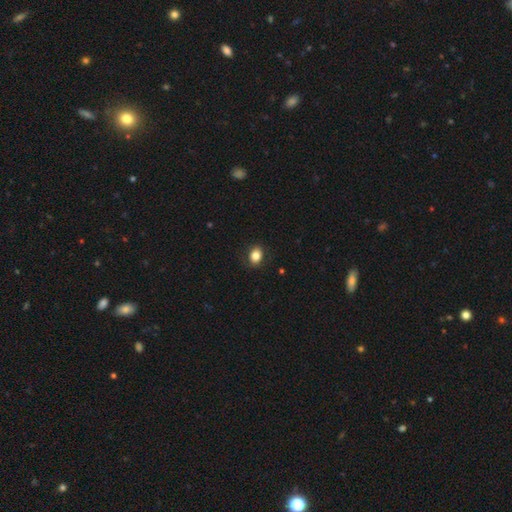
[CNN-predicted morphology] smooth 84%, star or artifact 9%, featured or disk 7%. Down the decision tree: how rounded — in between (58%); merging — none (86%).